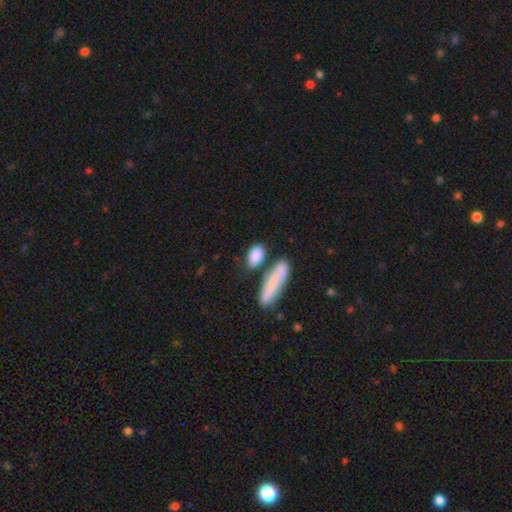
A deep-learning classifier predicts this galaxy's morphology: smooth 86%, featured or disk 8%, star or artifact 6%. Down the decision tree: how rounded — in between (82%); merging — none (61%).